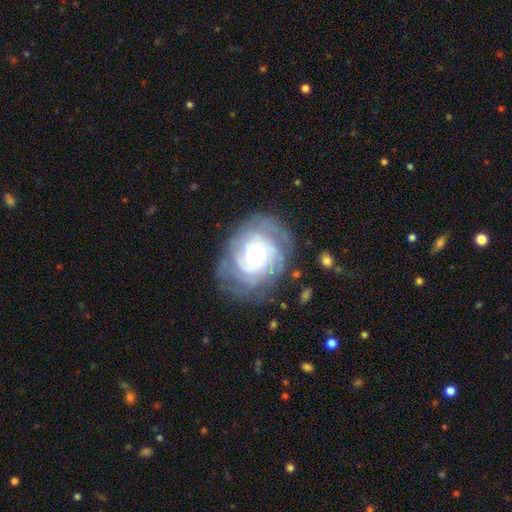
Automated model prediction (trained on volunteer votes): This is likely a featured or disk galaxy (77%). It is clearly not viewed edge-on (97%). Bar: likely no (72%). Spiral arm pattern: clearly yes (91%). Spiral arm count: possibly can't tell (46%). Spiral winding: likely tight (68%). Central bulge: possibly small (54%). Merging: likely none (70%).